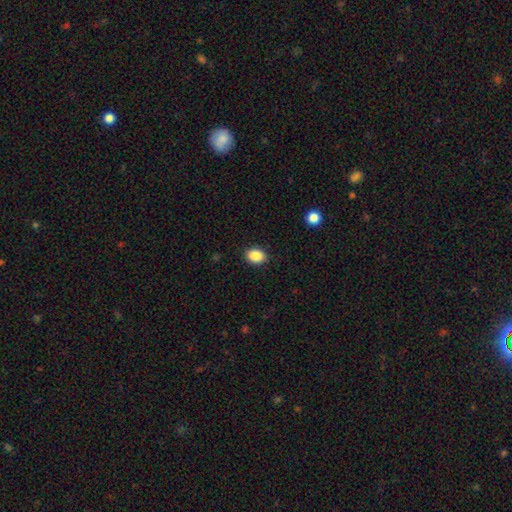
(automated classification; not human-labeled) Q: Smooth or featured?
A: smooth (88%); runner-up: star or artifact (9%)
Q: How rounded?
A: in between (62%); runner-up: round (37%)
Q: Merging?
A: none (90%); runner-up: minor disturbance (7%)